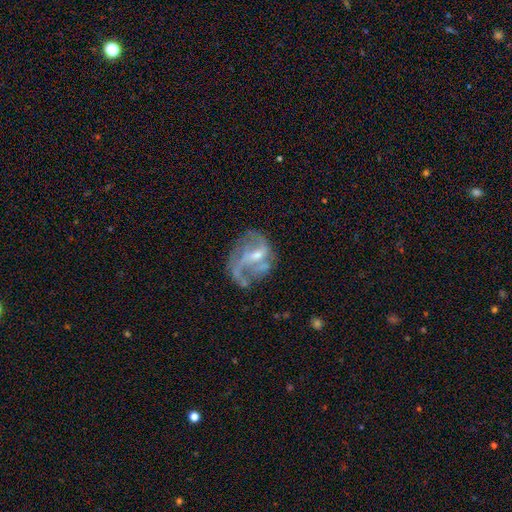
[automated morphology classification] featured or disk 76%, smooth 16%, star or artifact 9%. Down the decision tree: edge-on disk — no (97%); bar — weak (50%); spiral arms — yes (75%); spiral arm count — 2 (41%); spiral winding — loose (48%); bulge size — small (46%); merging — none (41%).